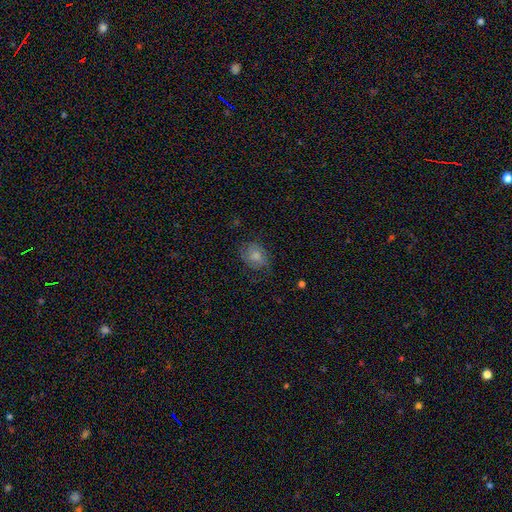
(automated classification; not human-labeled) Smooth or featured? Predicted: smooth (p=0.44). Merging? Predicted: none (p=0.71).